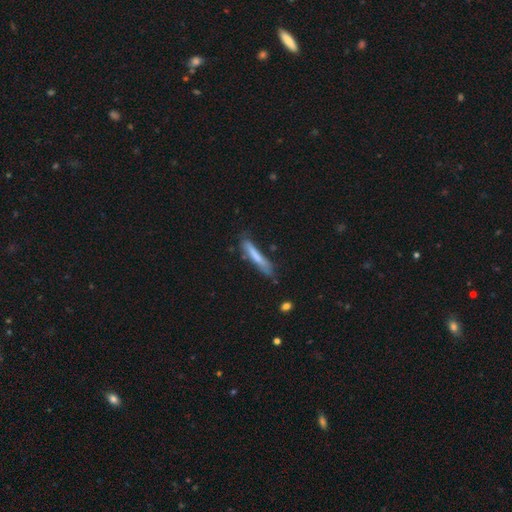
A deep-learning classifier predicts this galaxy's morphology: The model was most divided on "smooth or featured": smooth: 68%, featured or disk: 26%, star or artifact: 6%. More confident: how rounded — cigar-shaped (93%); merging — none (67%).